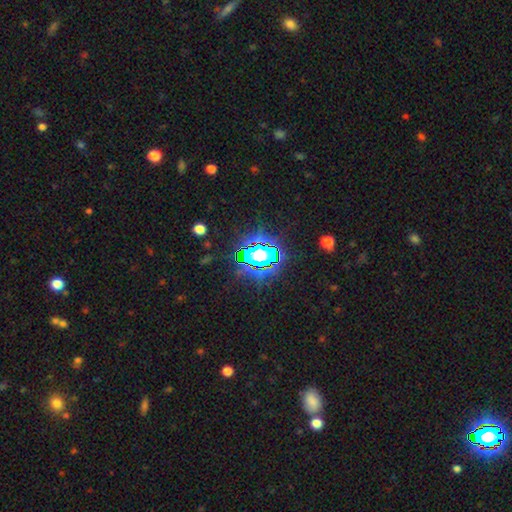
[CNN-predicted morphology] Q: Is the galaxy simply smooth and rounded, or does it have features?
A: star or artifact — 82%.